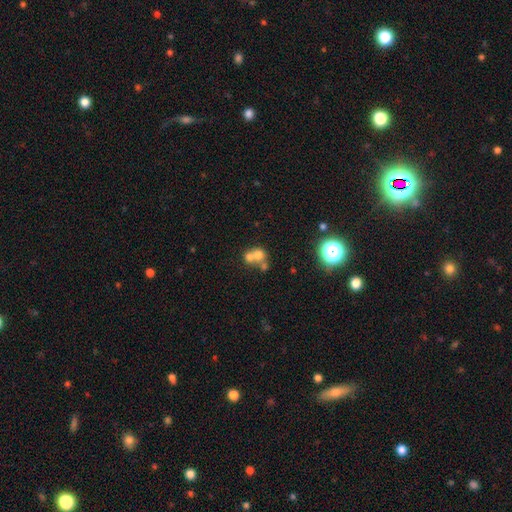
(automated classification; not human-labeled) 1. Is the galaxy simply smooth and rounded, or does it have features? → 63% smooth, 21% featured or disk, 16% star or artifact.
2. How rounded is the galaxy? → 78% round, 21% in between, 1% cigar-shaped.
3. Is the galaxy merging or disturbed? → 62% merger, 29% none, 5% minor disturbance, 3% major disturbance.